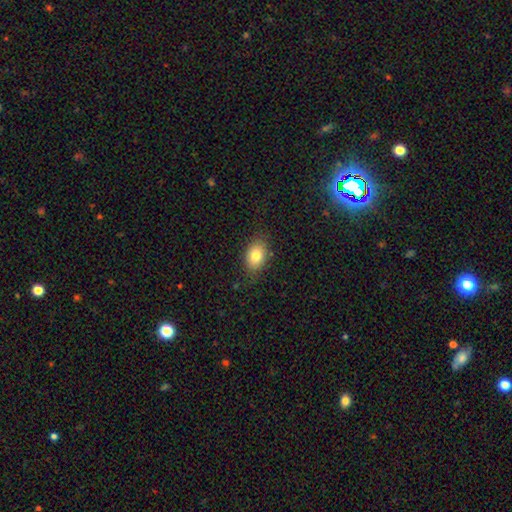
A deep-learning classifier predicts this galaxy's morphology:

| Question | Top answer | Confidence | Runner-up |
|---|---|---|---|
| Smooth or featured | smooth | 80% | featured or disk (11%) |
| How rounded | in between | 78% | round (20%) |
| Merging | none | 81% | minor disturbance (14%) |